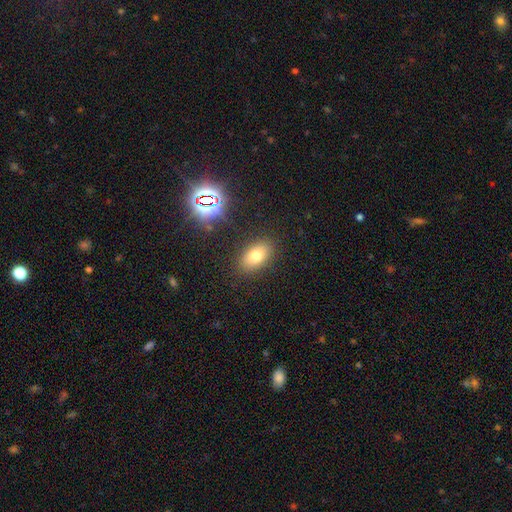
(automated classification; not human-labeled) Overall: smooth (74%). How rounded: in between (88%). Merging: none (86%).